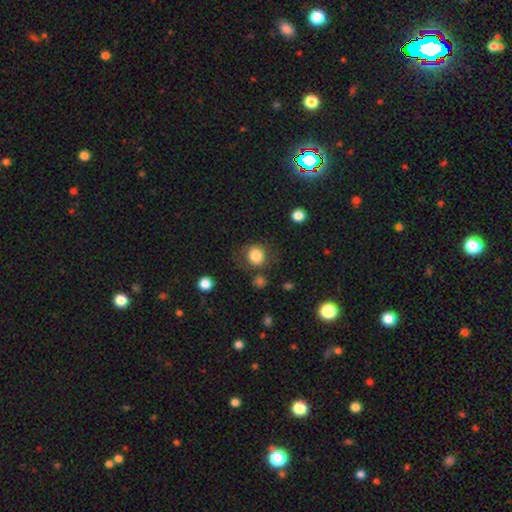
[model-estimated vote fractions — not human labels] A smooth galaxy with no disk features (83%) that is round (80%). Merging: none (75%).